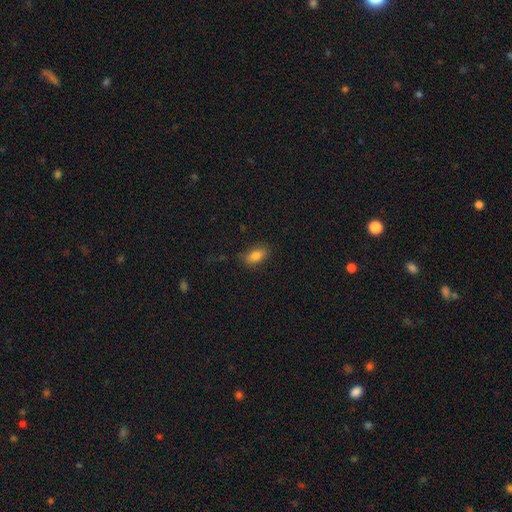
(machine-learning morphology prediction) A smooth galaxy with no disk features (81%) that is in between round and cigar-shaped (86%). Merging: none (77%).